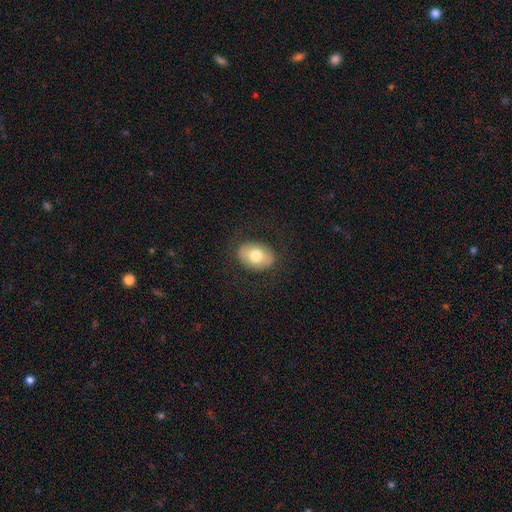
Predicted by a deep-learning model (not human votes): Smooth or featured? Predicted: smooth (p=0.71). How rounded? Predicted: in between (p=0.75). Merging? Predicted: none (p=0.83).